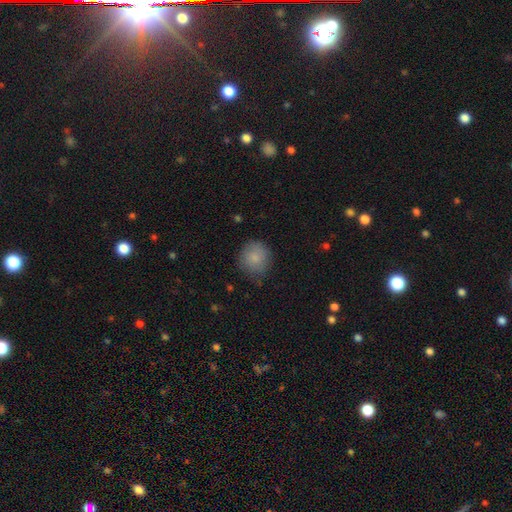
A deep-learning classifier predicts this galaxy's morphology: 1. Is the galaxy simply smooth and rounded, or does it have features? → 85% smooth, 8% featured or disk, 8% star or artifact.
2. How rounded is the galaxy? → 88% round, 11% in between, 1% cigar-shaped.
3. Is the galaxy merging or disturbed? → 76% none, 18% minor disturbance, 4% major disturbance, 1% merger.